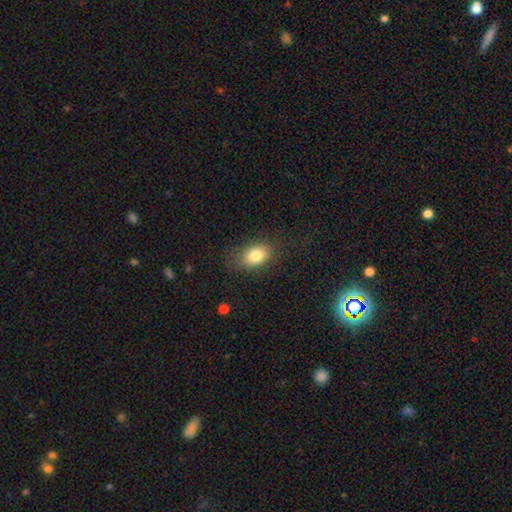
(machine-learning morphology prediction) A smooth galaxy with no disk features (81%) that is in between round and cigar-shaped (83%). Merging: none (76%).